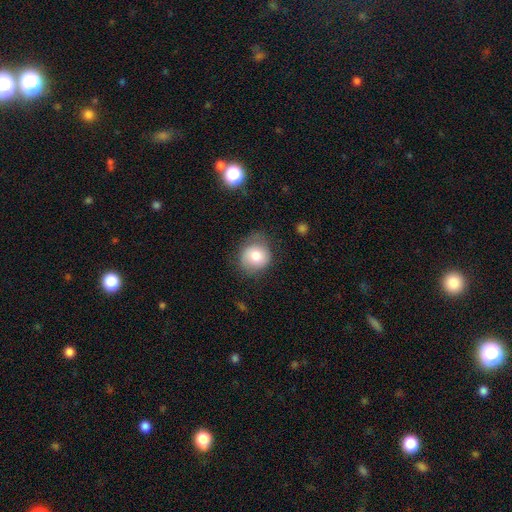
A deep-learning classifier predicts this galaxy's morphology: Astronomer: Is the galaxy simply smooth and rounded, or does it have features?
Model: smooth — 75%.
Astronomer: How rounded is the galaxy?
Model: round — 79%.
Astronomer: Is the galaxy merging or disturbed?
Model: none — 63%.